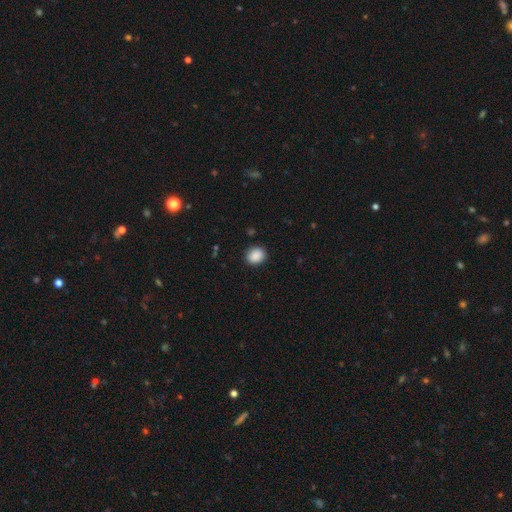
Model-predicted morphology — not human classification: This is clearly a smooth galaxy (89%). How rounded: likely round (67%). Merging: clearly none (88%).